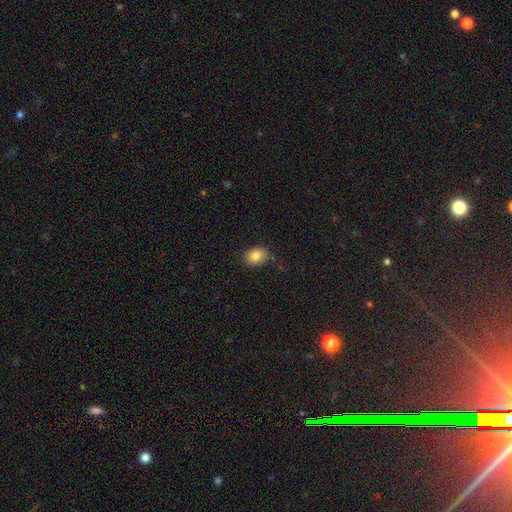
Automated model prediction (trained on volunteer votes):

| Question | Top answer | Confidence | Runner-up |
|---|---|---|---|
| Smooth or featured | smooth | 83% | star or artifact (9%) |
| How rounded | in between | 61% | round (38%) |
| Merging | none | 77% | minor disturbance (17%) |